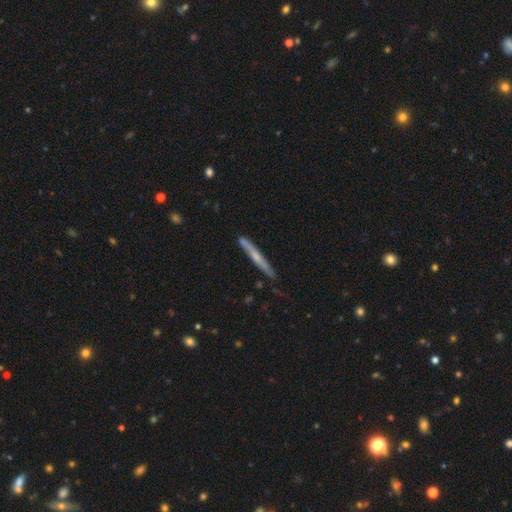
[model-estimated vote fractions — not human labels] Smooth or featured?
  - featured or disk: 54% *
  - smooth: 40%
  - star or artifact: 6%
Edge-on disk?
  - yes: 93% *
  - no: 7%
Merging?
  - none: 79% *
  - minor disturbance: 16%
  - major disturbance: 3%
  - merger: 2%